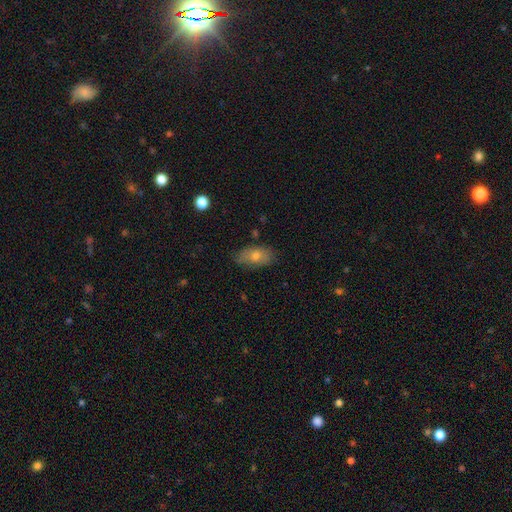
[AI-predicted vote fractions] Overall: smooth (66%). How rounded: in between (89%). Merging: none (78%).